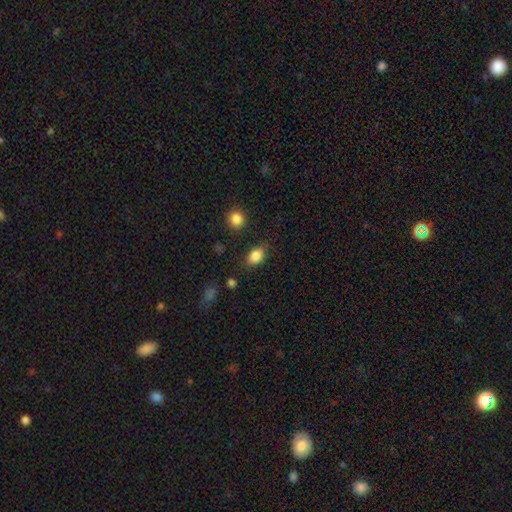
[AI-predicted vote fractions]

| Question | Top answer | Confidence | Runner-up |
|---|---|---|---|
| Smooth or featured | smooth | 85% | star or artifact (9%) |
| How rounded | in between | 79% | round (19%) |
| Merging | none | 80% | minor disturbance (14%) |